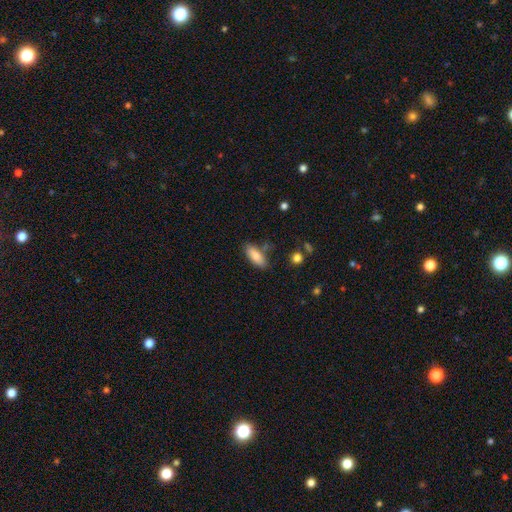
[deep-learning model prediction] A smooth galaxy with no disk features (80%) that is in between round and cigar-shaped (78%).

Vote fractions:
- Smooth or featured? smooth: 80% / featured or disk: 13% / star or artifact: 7%
- How rounded? in between: 78% / cigar-shaped: 20% / round: 2%
- Merging? none: 77% / minor disturbance: 15% / merger: 5% / major disturbance: 3%